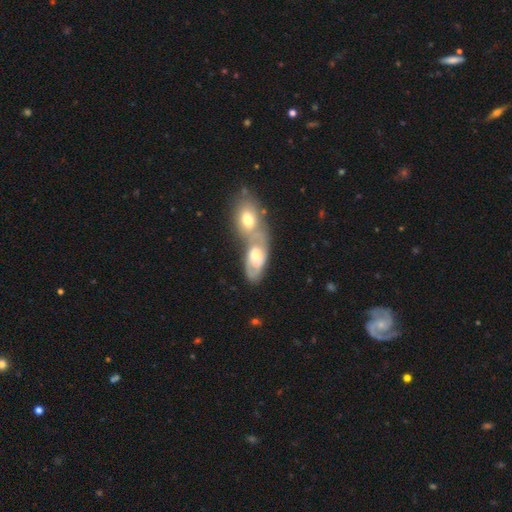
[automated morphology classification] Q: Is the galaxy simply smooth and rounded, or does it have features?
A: featured or disk — 61%.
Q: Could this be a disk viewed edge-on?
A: no — 90%.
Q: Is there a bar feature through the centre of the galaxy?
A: no — 77%.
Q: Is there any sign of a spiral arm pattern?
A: yes — 61%.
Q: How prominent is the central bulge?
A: moderate — 64%.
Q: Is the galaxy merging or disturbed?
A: merger — 68%.